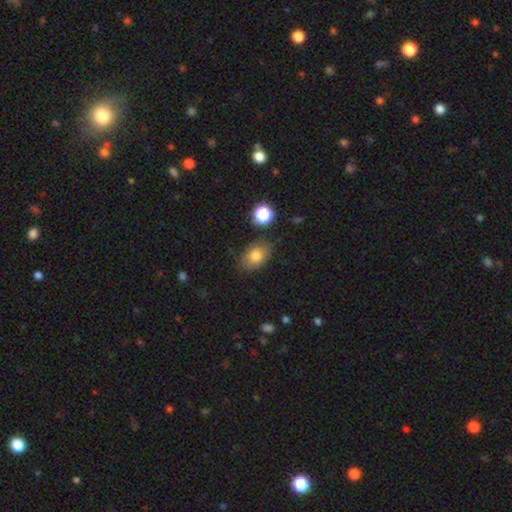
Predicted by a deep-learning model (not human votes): Smooth or featured? smooth (79%)
How rounded? in between (80%)
Merging? none (80%)